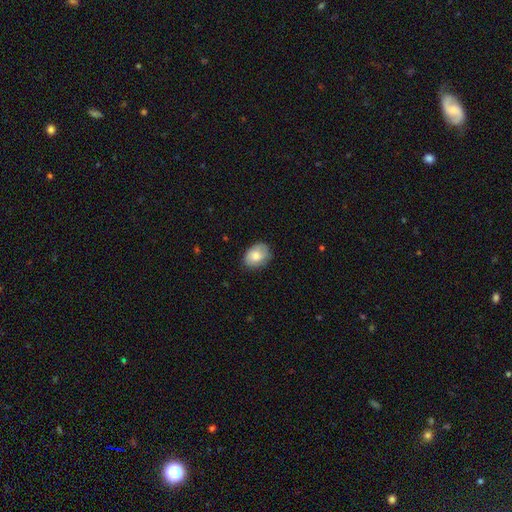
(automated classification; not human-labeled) Smooth or featured? smooth (78%)
How rounded? in between (74%)
Merging? none (77%)